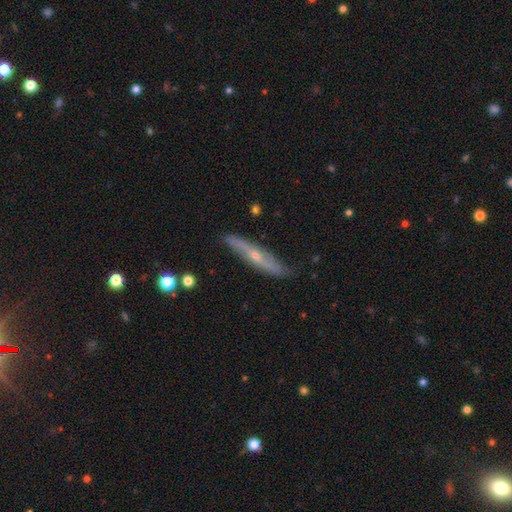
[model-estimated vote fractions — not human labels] Smooth or featured? featured or disk (69%)
Edge-on disk? yes (66%)
Merging? none (79%)